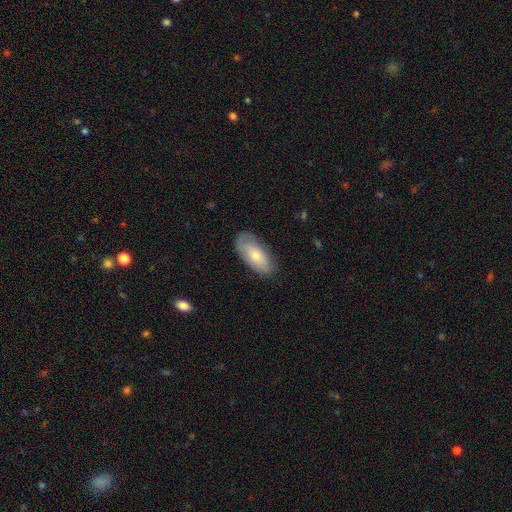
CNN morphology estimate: Overall: smooth (69%). How rounded: in between (90%). Merging: none (73%).